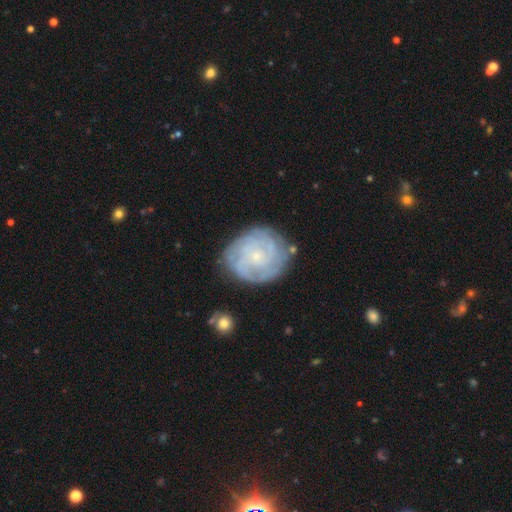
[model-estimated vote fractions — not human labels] Q: Smooth or featured?
A: featured or disk (74%); runner-up: smooth (19%)
Q: Edge-on disk?
A: no (97%); runner-up: yes (3%)
Q: Bar?
A: no (76%); runner-up: weak (20%)
Q: Spiral arms?
A: yes (91%); runner-up: no (9%)
Q: Spiral winding?
A: tight (74%); runner-up: medium (21%)
Q: Spiral arm count?
A: can't tell (40%); runner-up: 3 (17%)
Q: Bulge size?
A: small (76%); runner-up: moderate (17%)
Q: Merging?
A: none (78%); runner-up: minor disturbance (15%)